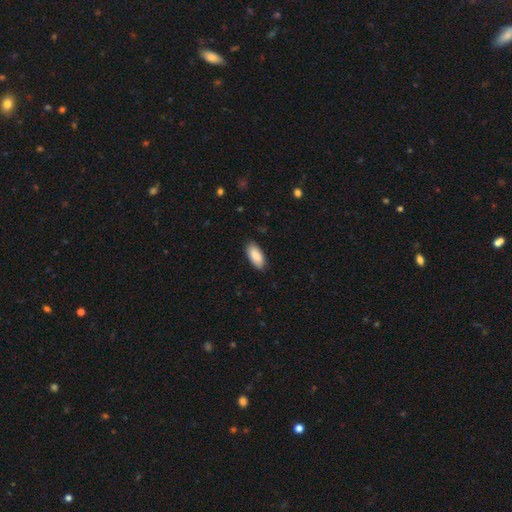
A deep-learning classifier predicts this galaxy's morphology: Smooth or featured?
  - smooth: 89% *
  - star or artifact: 6%
  - featured or disk: 5%
How rounded?
  - in between: 91% *
  - cigar-shaped: 7%
  - round: 2%
Merging?
  - none: 86% *
  - minor disturbance: 11%
  - major disturbance: 2%
  - merger: 1%